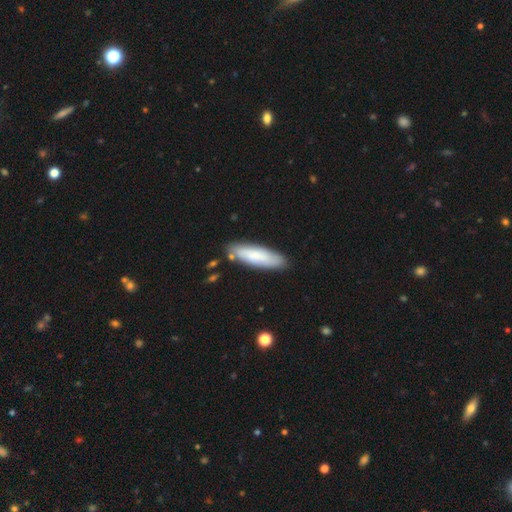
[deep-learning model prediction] Smooth or featured: smooth — 73% (featured or disk — 22%)
How rounded: cigar-shaped — 62% (in between — 37%)
Merging: none — 82% (minor disturbance — 12%)